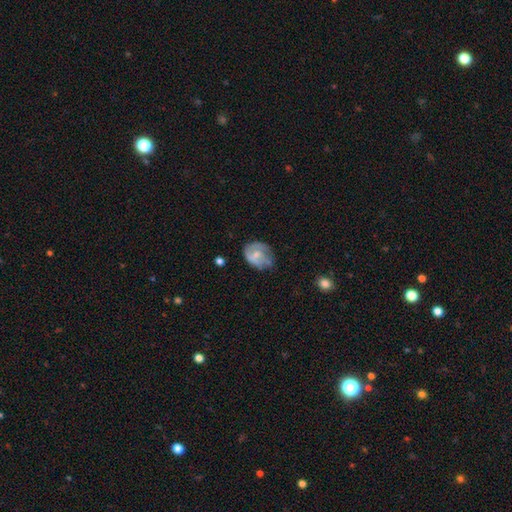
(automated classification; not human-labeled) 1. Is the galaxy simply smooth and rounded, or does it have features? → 49% featured or disk, 43% smooth, 8% star or artifact.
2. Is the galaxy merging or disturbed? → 46% none, 32% minor disturbance, 20% major disturbance, 3% merger.